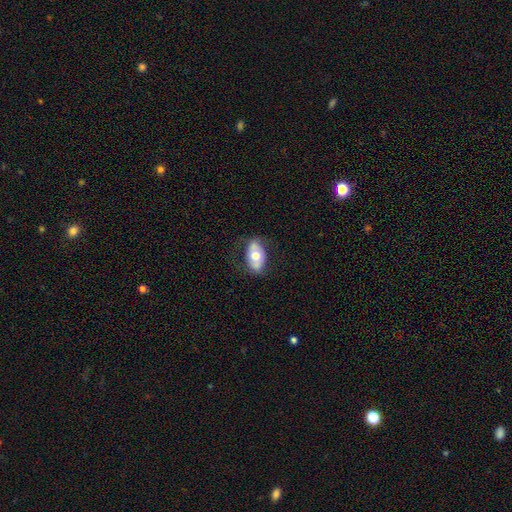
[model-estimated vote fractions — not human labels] Morphology: type=smooth (56%); roundness=in between (90%); merging=none (73%).